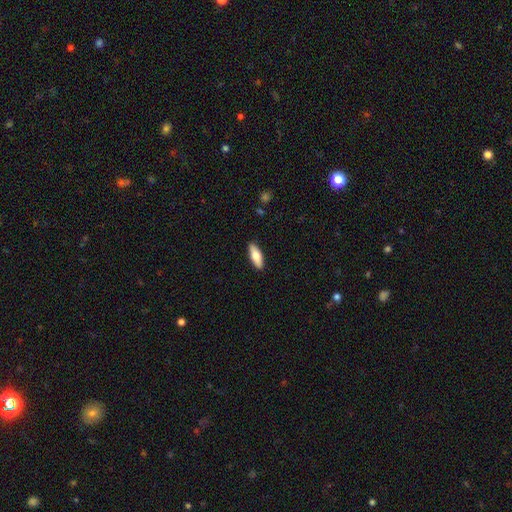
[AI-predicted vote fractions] This appears to be a smooth galaxy with no disk features (74%) that is in between round and cigar-shaped (58%). Merging: none (90%).